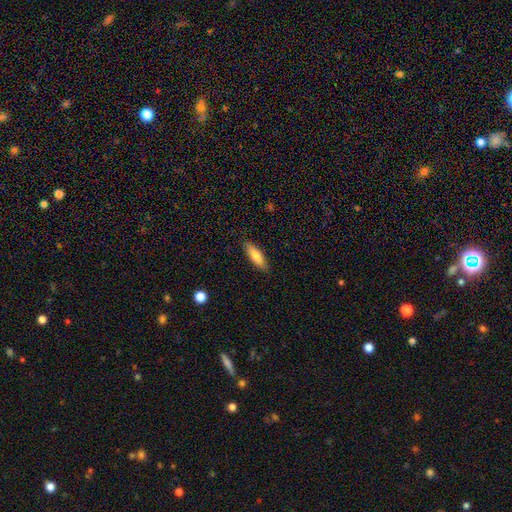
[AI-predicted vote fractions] smooth-or-featured: smooth: 79% | featured or disk: 14% | star or artifact: 6%
  how-rounded: cigar-shaped: 55% | in between: 43% | round: 2%
  merging: none: 87% | minor disturbance: 10% | major disturbance: 2% | merger: 1%